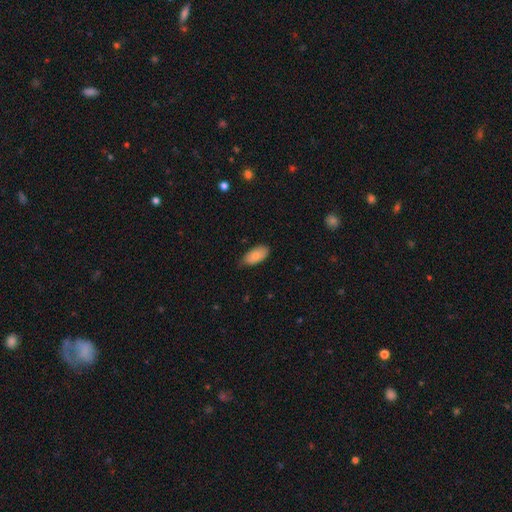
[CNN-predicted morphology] smooth 85%, featured or disk 9%, star or artifact 6%. Down the decision tree: how rounded — in between (93%); merging — none (70%).